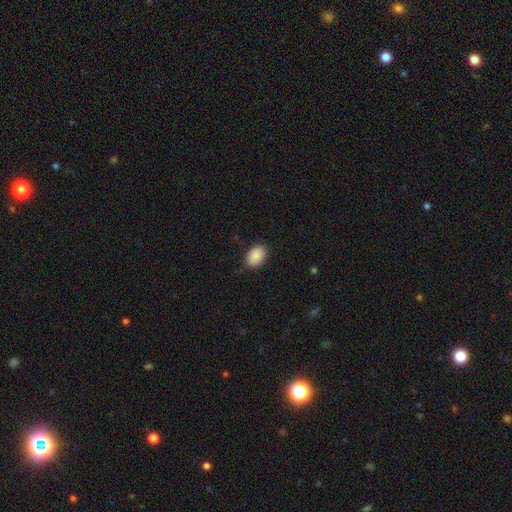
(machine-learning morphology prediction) This appears to be a smooth galaxy with no disk features (89%) that is in between round and cigar-shaped (85%). Merging: none (80%).